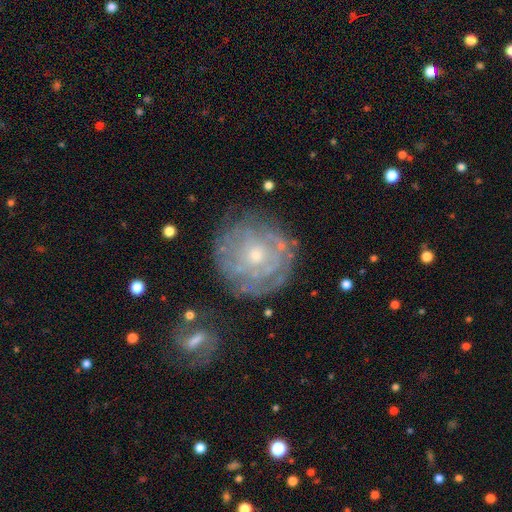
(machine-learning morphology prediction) Smooth or featured? Predicted: featured or disk (p=0.68). Edge-on disk? Predicted: no (p=0.97). Bar? Predicted: no (p=0.83). Spiral arms? Predicted: yes (p=0.57). Bulge size? Predicted: small (p=0.50). Merging? Predicted: none (p=0.71).